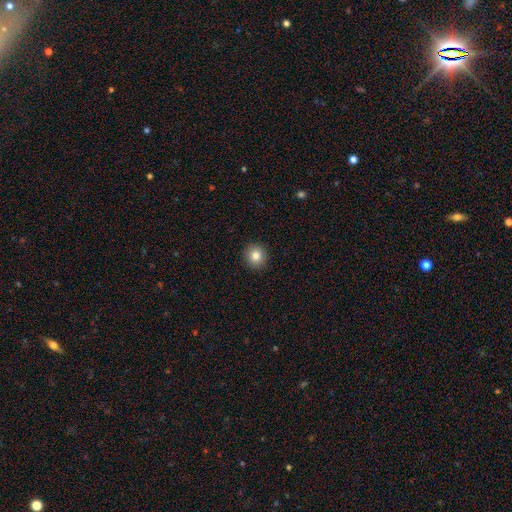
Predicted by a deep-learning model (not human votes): Smooth or featured? Predicted: smooth (p=0.83). How rounded? Predicted: round (p=0.91). Merging? Predicted: none (p=0.92).